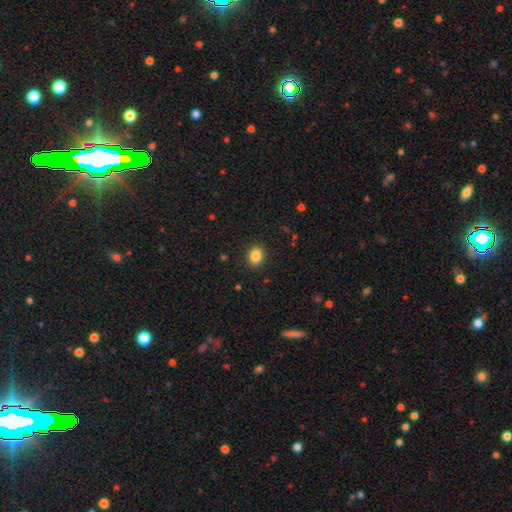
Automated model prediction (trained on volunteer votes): This appears to be a smooth galaxy with no disk features (86%) that is in between round and cigar-shaped (62%). Merging: none (89%).